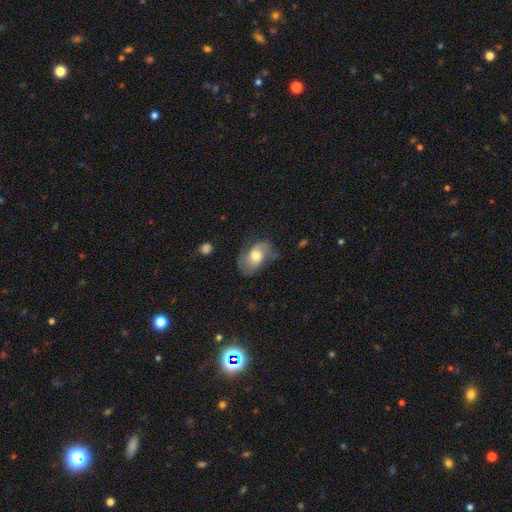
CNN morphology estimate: A featured or disk galaxy (48%).

Vote fractions:
- Smooth or featured? featured or disk: 48% / smooth: 44% / star or artifact: 8%
- Merging? none: 55% / minor disturbance: 28% / major disturbance: 15% / merger: 2%